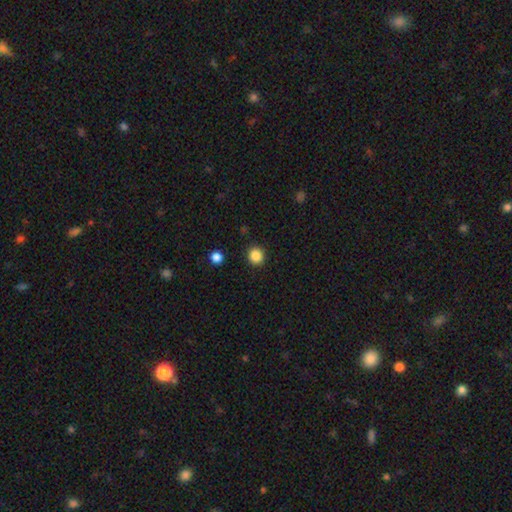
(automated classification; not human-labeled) Q: Smooth or featured?
A: smooth (86%); runner-up: star or artifact (11%)
Q: How rounded?
A: round (90%); runner-up: in between (9%)
Q: Merging?
A: none (91%); runner-up: minor disturbance (6%)